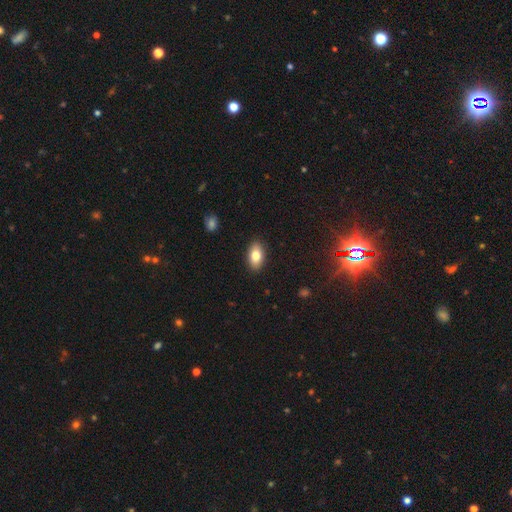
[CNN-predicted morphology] smooth 80%, featured or disk 12%, star or artifact 7%. Down the decision tree: how rounded — in between (92%); merging — none (89%).